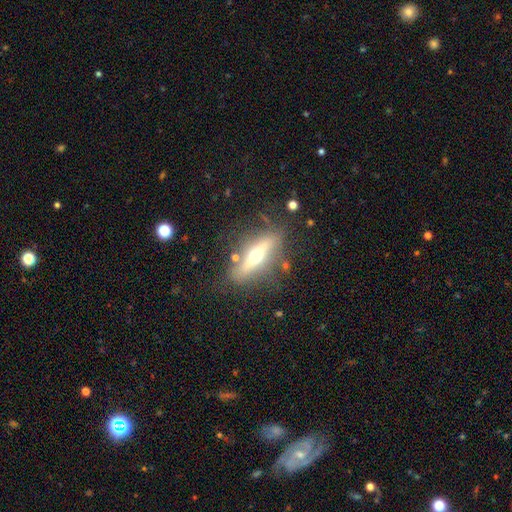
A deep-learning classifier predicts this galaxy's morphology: Smooth or featured: featured or disk — 66% (smooth — 27%)
Edge-on disk: yes — 87% (no — 13%)
Edge-on bulge: rounded — 94% (none — 4%)
Merging: none — 78% (minor disturbance — 13%)